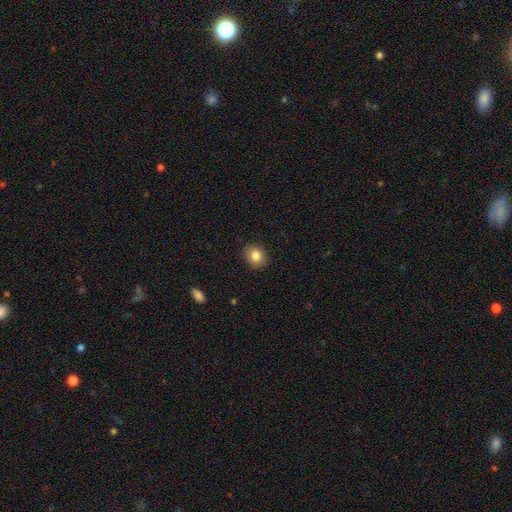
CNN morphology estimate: This is clearly a smooth galaxy (84%). How rounded: likely round (70%). Merging: clearly none (90%).